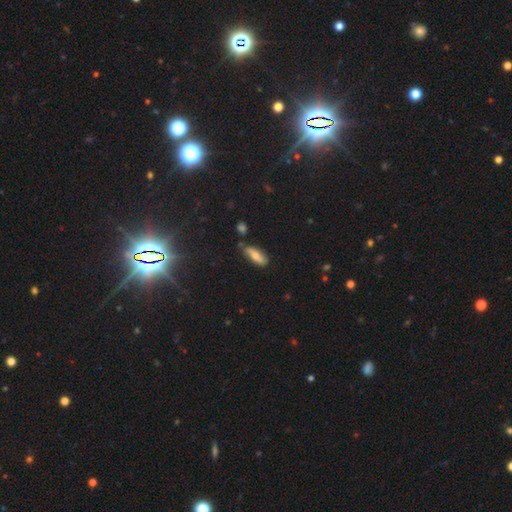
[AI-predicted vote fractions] smooth 69%, featured or disk 24%, star or artifact 8%. Down the decision tree: how rounded — in between (64%); merging — none (73%).